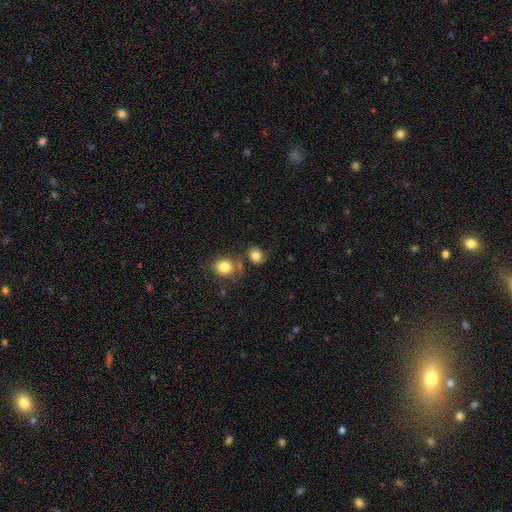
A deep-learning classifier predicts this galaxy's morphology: smooth 81%, star or artifact 10%, featured or disk 9%. Down the decision tree: how rounded — round (64%); merging — none (63%).